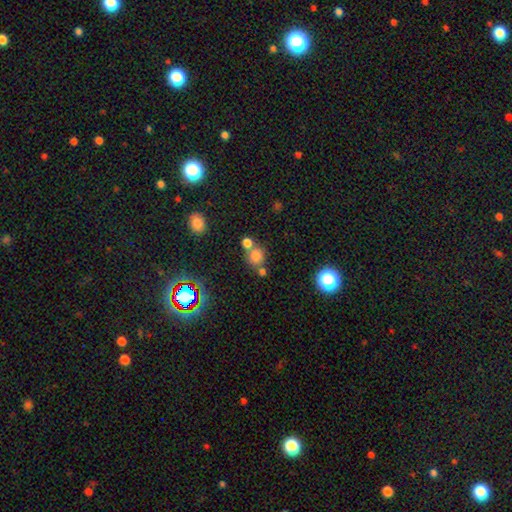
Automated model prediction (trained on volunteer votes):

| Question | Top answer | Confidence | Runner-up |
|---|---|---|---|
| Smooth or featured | smooth | 75% | star or artifact (17%) |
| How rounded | round | 82% | in between (17%) |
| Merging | none | 57% | merger (30%) |